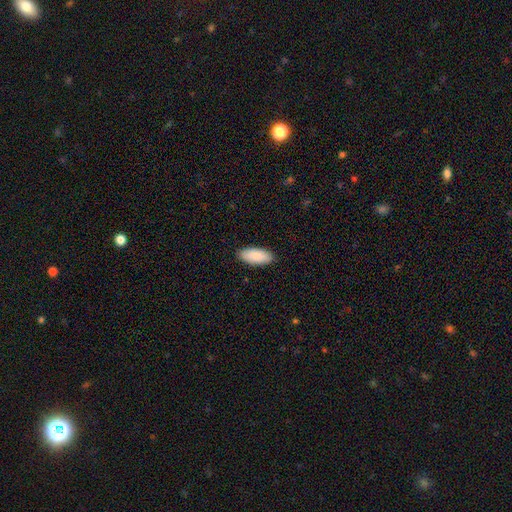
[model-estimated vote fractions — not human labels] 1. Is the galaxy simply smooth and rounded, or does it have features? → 90% smooth, 5% star or artifact, 5% featured or disk.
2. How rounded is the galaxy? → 88% in between, 10% cigar-shaped, 2% round.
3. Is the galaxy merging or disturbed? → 89% none, 8% minor disturbance, 2% major disturbance, 1% merger.